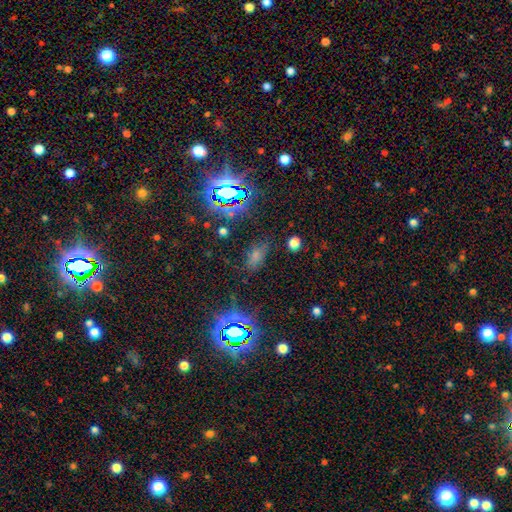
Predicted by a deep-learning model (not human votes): The model was most divided on "smooth or featured": smooth: 55%, star or artifact: 34%, featured or disk: 11%. More confident: how rounded — in between (79%); merging — none (67%).